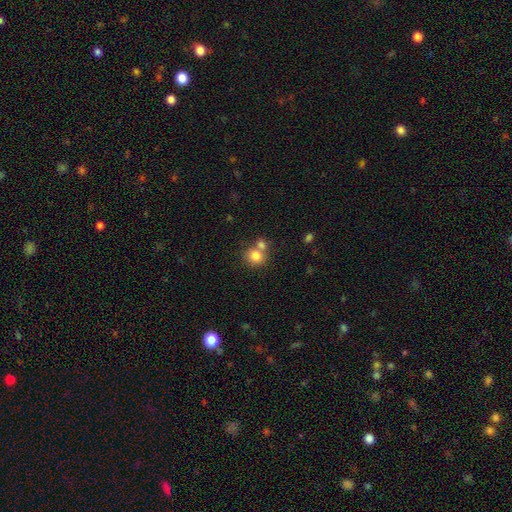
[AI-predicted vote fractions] Q: Smooth or featured?
A: smooth (81%); runner-up: star or artifact (10%)
Q: How rounded?
A: round (78%); runner-up: in between (21%)
Q: Merging?
A: none (49%); runner-up: merger (39%)